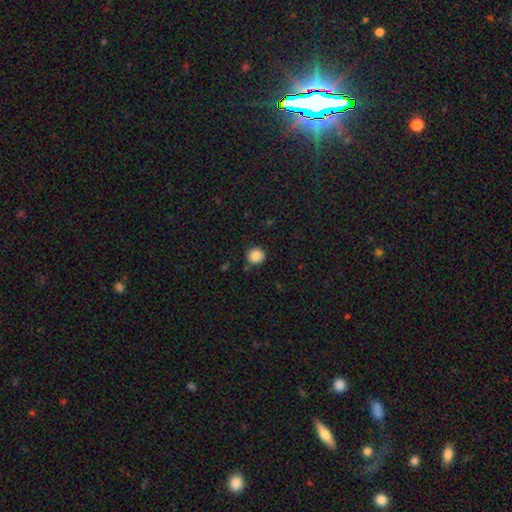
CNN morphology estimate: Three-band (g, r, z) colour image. It shows a smooth galaxy with no disk features (85%) that is round (91%). Merging: none (85%).